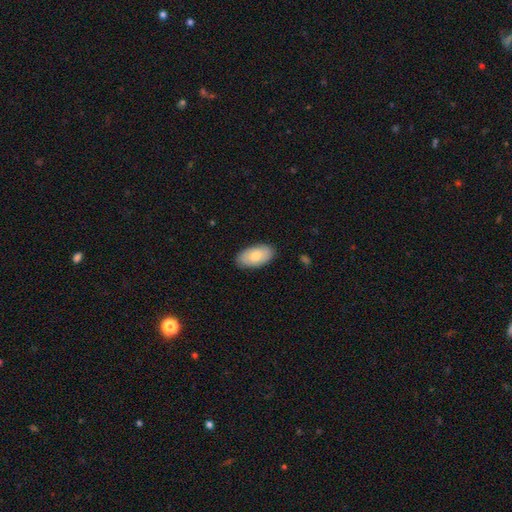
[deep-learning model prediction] This appears to be a smooth galaxy with no disk features (76%) that is in between round and cigar-shaped (95%). Merging: none (87%).